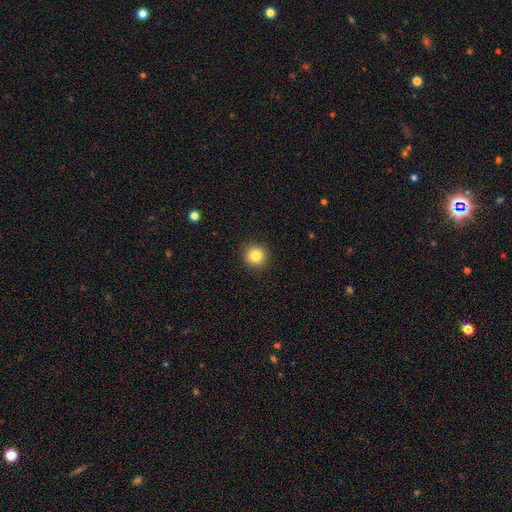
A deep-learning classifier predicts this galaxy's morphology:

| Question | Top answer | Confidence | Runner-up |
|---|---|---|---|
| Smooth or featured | smooth | 83% | star or artifact (11%) |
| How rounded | round | 94% | in between (6%) |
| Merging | none | 92% | minor disturbance (5%) |